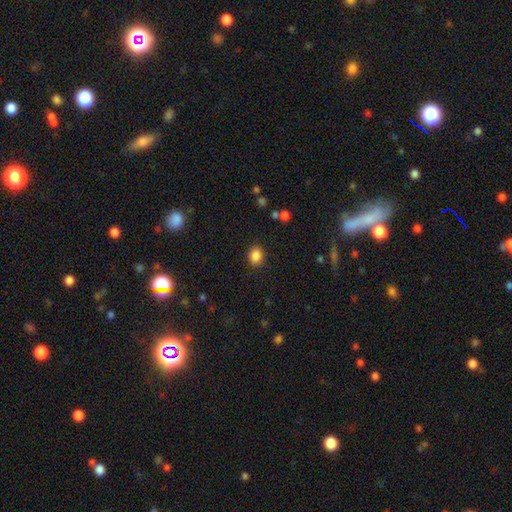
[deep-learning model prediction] Morphology: type=smooth (87%); roundness=round (50%); merging=none (87%).